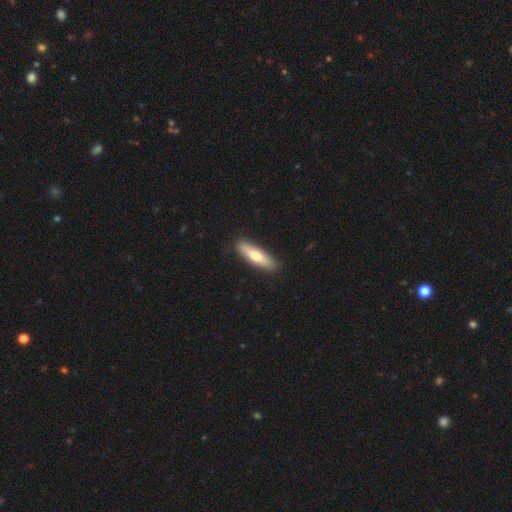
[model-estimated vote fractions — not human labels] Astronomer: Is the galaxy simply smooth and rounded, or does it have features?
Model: smooth — 67%.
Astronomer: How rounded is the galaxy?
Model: cigar-shaped — 64%.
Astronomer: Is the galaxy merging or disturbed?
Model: none — 89%.